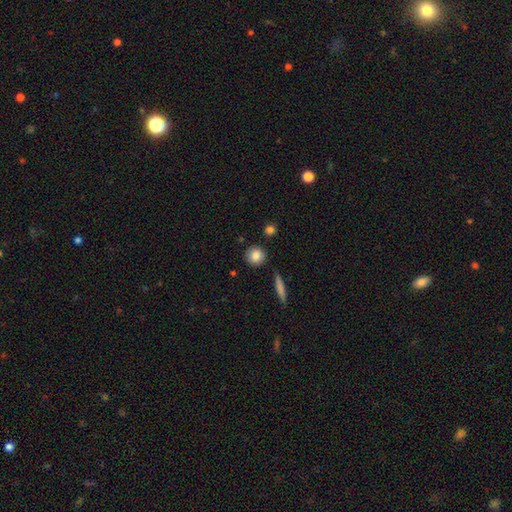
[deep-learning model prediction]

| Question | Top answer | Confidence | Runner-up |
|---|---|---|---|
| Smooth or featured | smooth | 84% | featured or disk (9%) |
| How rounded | round | 90% | in between (8%) |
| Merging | none | 89% | minor disturbance (7%) |